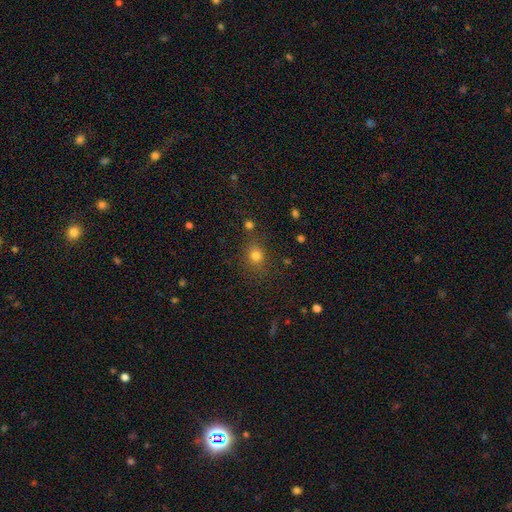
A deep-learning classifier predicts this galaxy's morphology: smooth_or_featured: smooth (p=0.77) [alt: star or artifact p=0.16]
how_rounded: round (p=0.73) [alt: in between p=0.26]
merging: none (p=0.80) [alt: minor disturbance p=0.11]